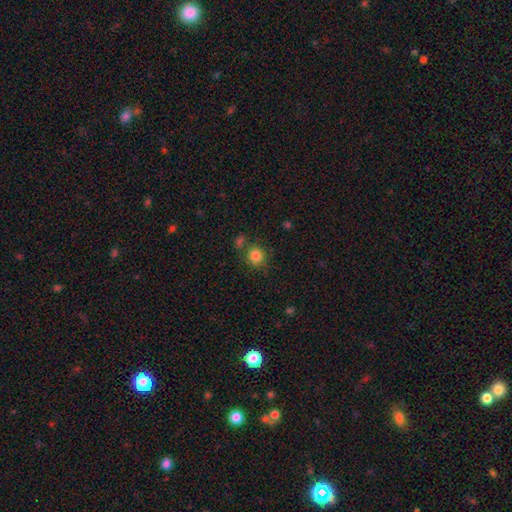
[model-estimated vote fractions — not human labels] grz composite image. It shows a smooth galaxy with no disk features (84%) that is round (89%). Merging: none (73%).